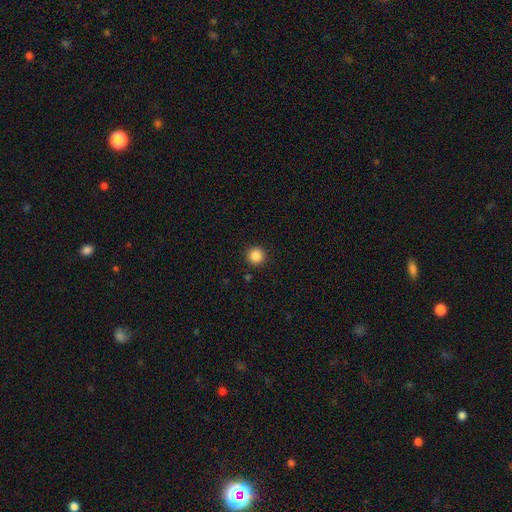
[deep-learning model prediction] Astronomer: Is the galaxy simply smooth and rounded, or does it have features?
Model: smooth — 87%.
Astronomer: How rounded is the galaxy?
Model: round — 95%.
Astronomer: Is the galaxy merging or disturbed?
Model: none — 92%.